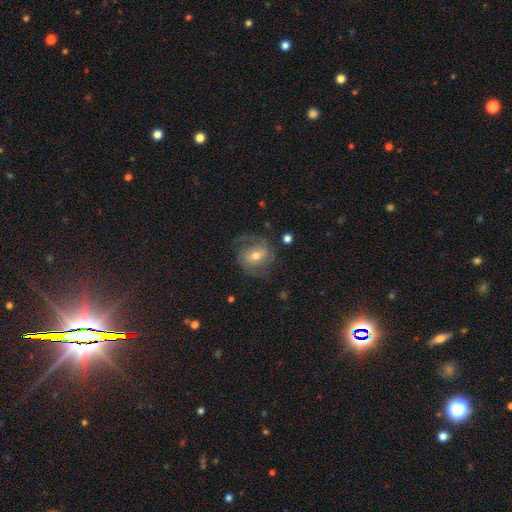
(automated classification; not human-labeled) Smooth or featured? Predicted: featured or disk (p=0.75). Edge-on disk? Predicted: no (p=0.97). Bar? Predicted: weak (p=0.42, tied with no). Spiral arms? Predicted: yes (p=0.92). Spiral winding? Predicted: medium (p=0.46). Spiral arm count? Predicted: 2 (p=0.66). Bulge size? Predicted: moderate (p=0.65). Merging? Predicted: none (p=0.69).